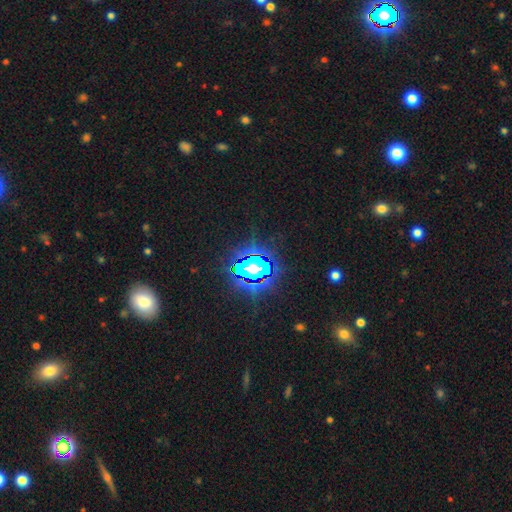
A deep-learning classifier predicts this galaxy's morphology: This appears to be a star or artifact, not a galaxy (80%).